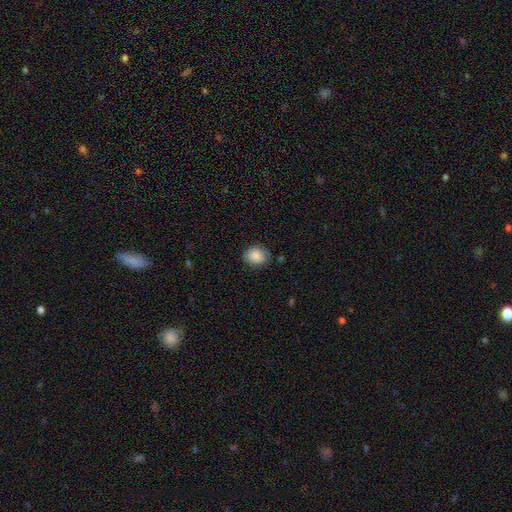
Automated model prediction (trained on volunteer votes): Smooth or featured?
  - smooth: 85% *
  - star or artifact: 8%
  - featured or disk: 7%
How rounded?
  - round: 58% *
  - in between: 41%
  - cigar-shaped: 1%
Merging?
  - none: 80% *
  - minor disturbance: 15%
  - major disturbance: 3%
  - merger: 2%